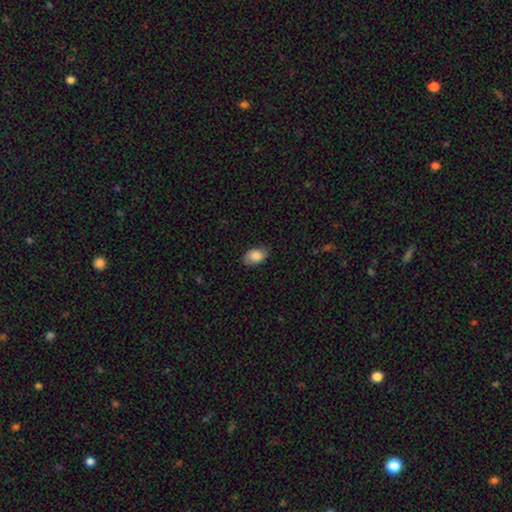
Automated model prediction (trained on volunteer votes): Morphology: type=smooth (82%); roundness=in between (86%); merging=none (75%).